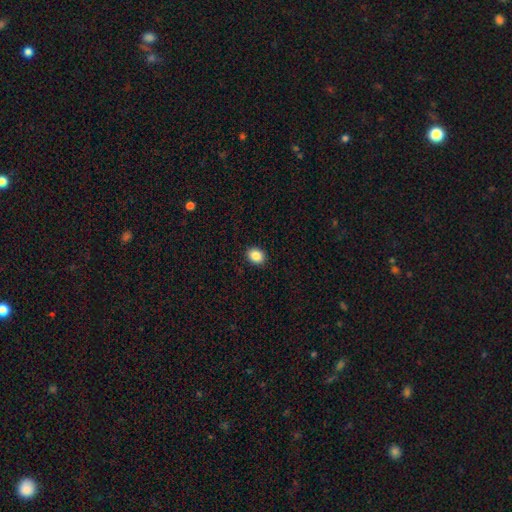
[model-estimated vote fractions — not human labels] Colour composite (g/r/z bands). It shows a smooth galaxy with no disk features (87%) that is round (52%). Merging: none (91%).